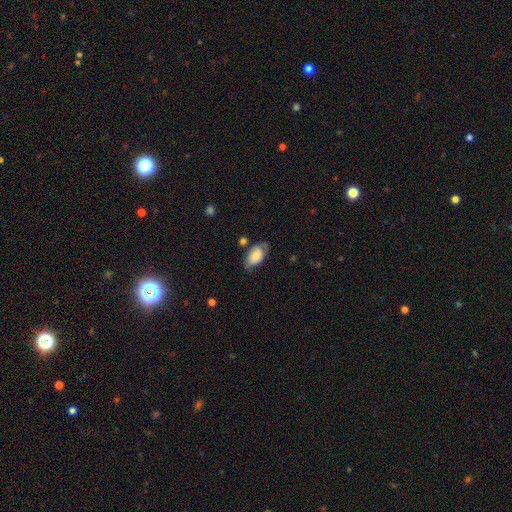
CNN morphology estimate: This appears to be a smooth galaxy with no disk features (60%) that is in between round and cigar-shaped (92%). Merging: none (54%).